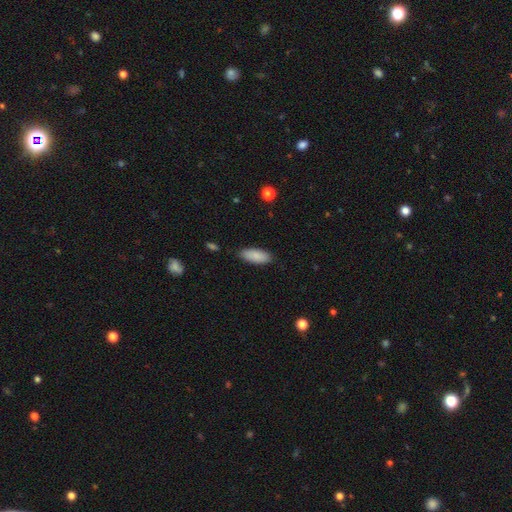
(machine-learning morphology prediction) smooth-or-featured: smooth: 88% | star or artifact: 6% | featured or disk: 6%
  how-rounded: in between: 81% | cigar-shaped: 18% | round: 2%
  merging: none: 85% | minor disturbance: 11% | major disturbance: 2% | merger: 1%